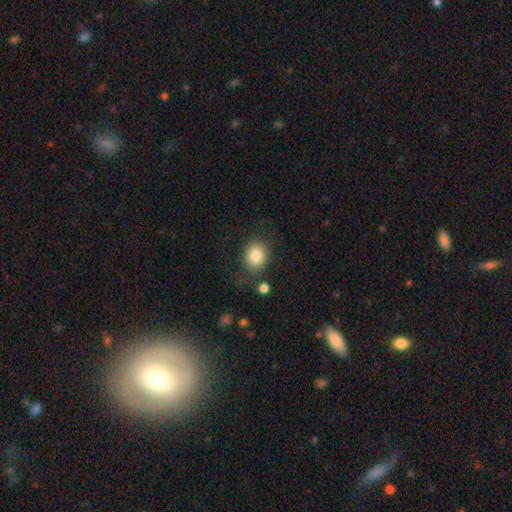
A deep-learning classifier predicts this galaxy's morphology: smooth 84%, star or artifact 9%, featured or disk 7%. Down the decision tree: how rounded — round (61%); merging — none (78%).